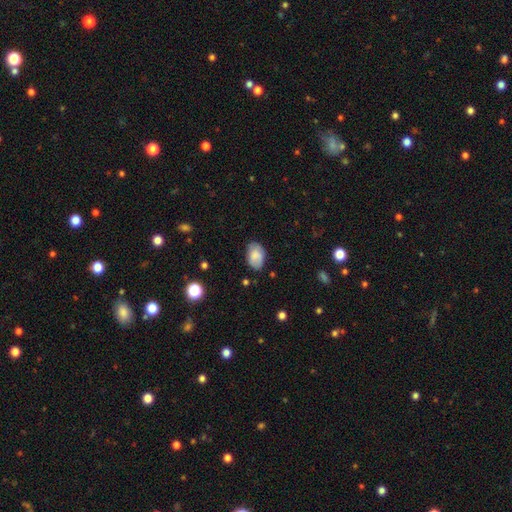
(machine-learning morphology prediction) smooth-or-featured: smooth: 77% | featured or disk: 15% | star or artifact: 8%
  how-rounded: in between: 87% | round: 12% | cigar-shaped: 1%
  merging: none: 72% | minor disturbance: 22% | major disturbance: 5% | merger: 2%